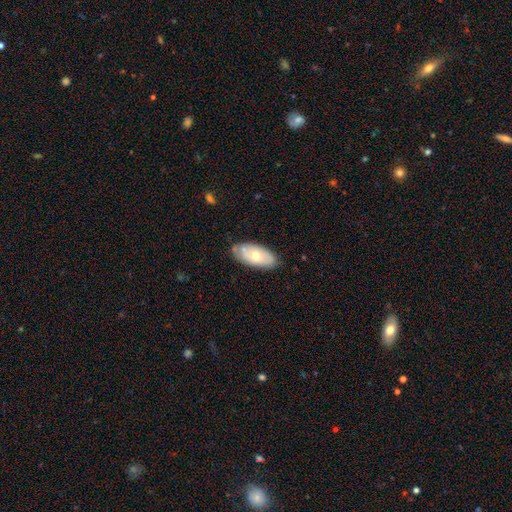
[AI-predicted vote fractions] This appears to be a smooth galaxy with no disk features (56%) that is in between round and cigar-shaped (91%). Merging: none (69%).